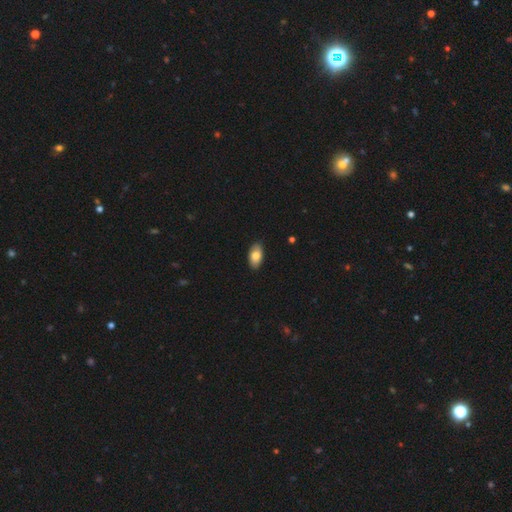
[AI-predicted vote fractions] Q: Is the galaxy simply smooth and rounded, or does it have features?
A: smooth — 80%.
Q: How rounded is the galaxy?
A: in between — 94%.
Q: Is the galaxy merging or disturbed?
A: none — 89%.